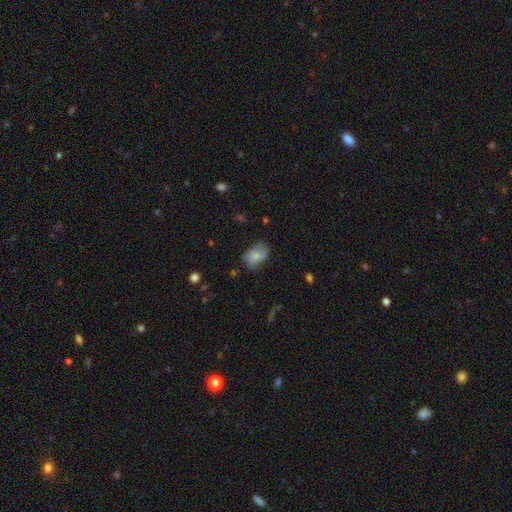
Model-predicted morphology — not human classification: smooth_or_featured: smooth (p=0.74) [alt: featured or disk p=0.19]
how_rounded: in between (p=0.83) [alt: round p=0.16]
merging: none (p=0.64) [alt: minor disturbance p=0.27]